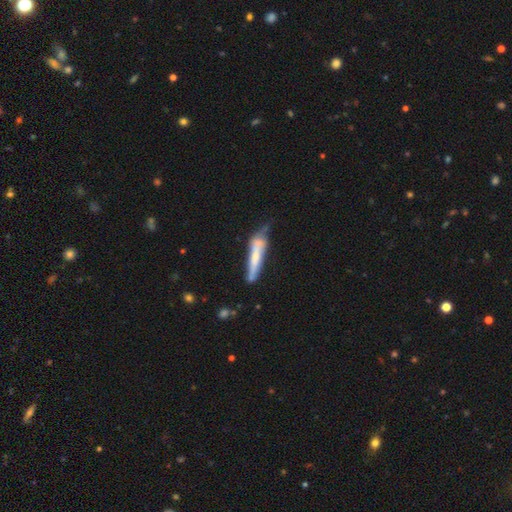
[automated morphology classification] A smooth galaxy with no disk features (51%) that is cigar-shaped (87%). Merging: none (42%).